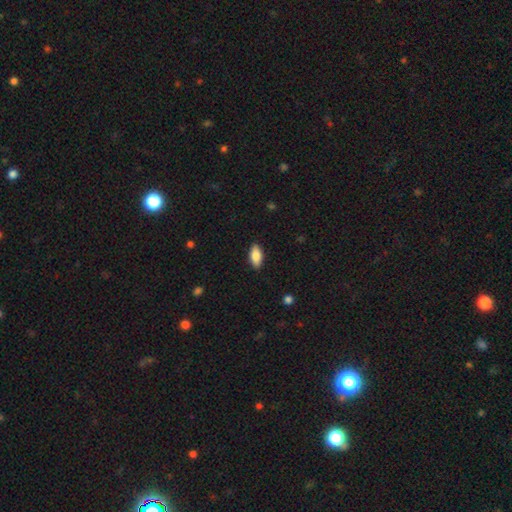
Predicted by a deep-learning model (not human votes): smooth-or-featured: smooth: 81% | featured or disk: 13% | star or artifact: 6%
  how-rounded: in between: 86% | cigar-shaped: 12% | round: 2%
  merging: none: 88% | minor disturbance: 9% | major disturbance: 2% | merger: 1%